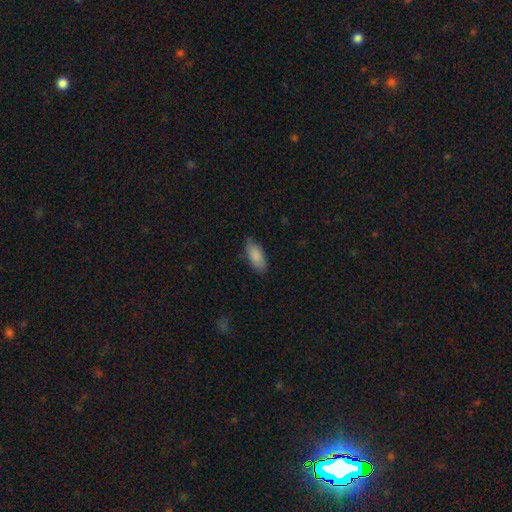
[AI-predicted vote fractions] This is clearly a smooth galaxy (88%). How rounded: clearly in between (83%). Merging: clearly none (81%).